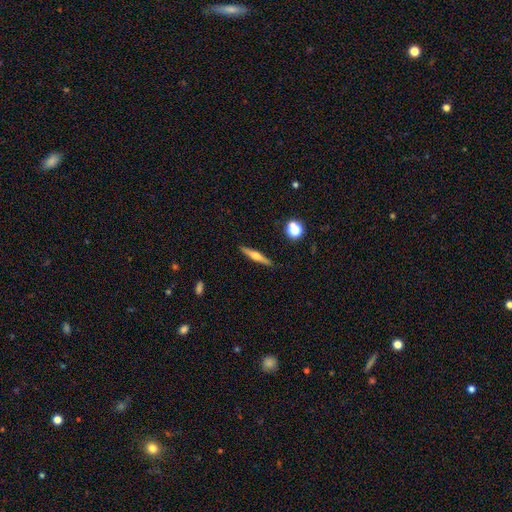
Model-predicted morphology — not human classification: Q: Smooth or featured?
A: featured or disk (56%); runner-up: smooth (36%)
Q: Edge-on disk?
A: yes (97%); runner-up: no (3%)
Q: Edge-on bulge?
A: rounded (84%); runner-up: boxy (9%)
Q: Merging?
A: none (90%); runner-up: minor disturbance (7%)